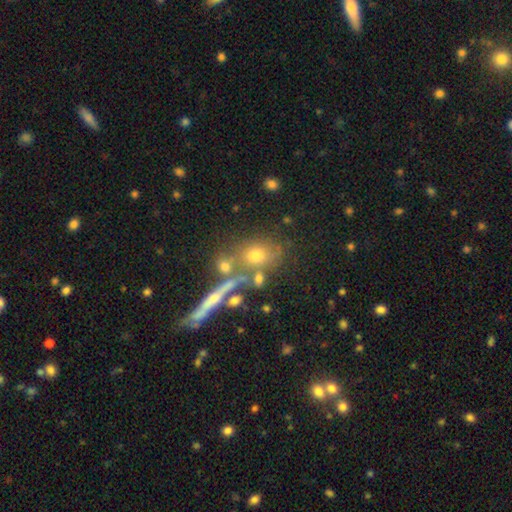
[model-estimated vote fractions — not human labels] This appears to be a smooth galaxy with no disk features (55%) that is round (51%). Merging: none (56%).